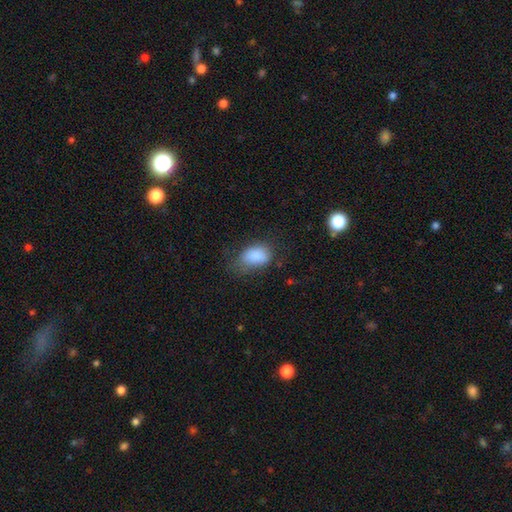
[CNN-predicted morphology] Smooth or featured: smooth — 84% (star or artifact — 8%)
How rounded: in between — 87% (round — 11%)
Merging: none — 49% (minor disturbance — 32%)